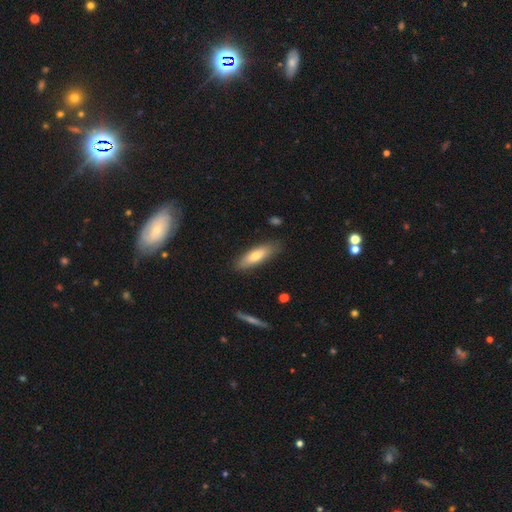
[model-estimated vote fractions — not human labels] smooth_or_featured: smooth (p=0.66) [alt: featured or disk p=0.27]
how_rounded: cigar-shaped (p=0.56) [alt: in between p=0.42]
merging: none (p=0.84) [alt: minor disturbance p=0.12]